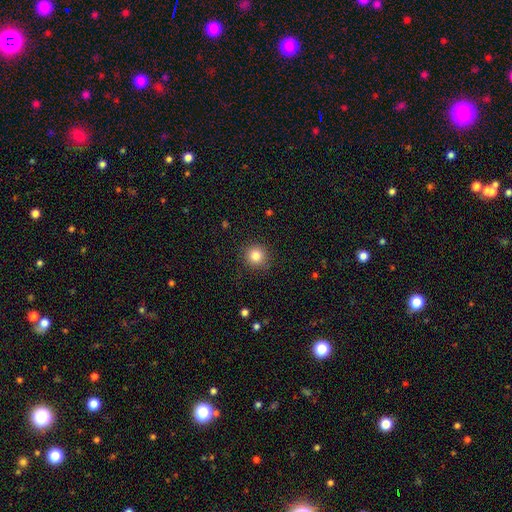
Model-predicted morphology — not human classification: The model was most divided on "smooth or featured": smooth: 83%, star or artifact: 11%, featured or disk: 6%. More confident: how rounded — round (93%); merging — none (89%).